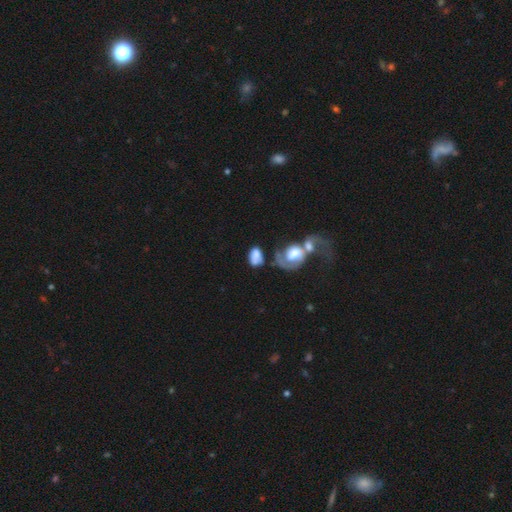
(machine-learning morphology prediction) The model was most divided on "merging": merger: 45%, major disturbance: 21%, none: 21%, minor disturbance: 14%. More confident: how rounded — in between (77%); smooth or featured — smooth (59%).